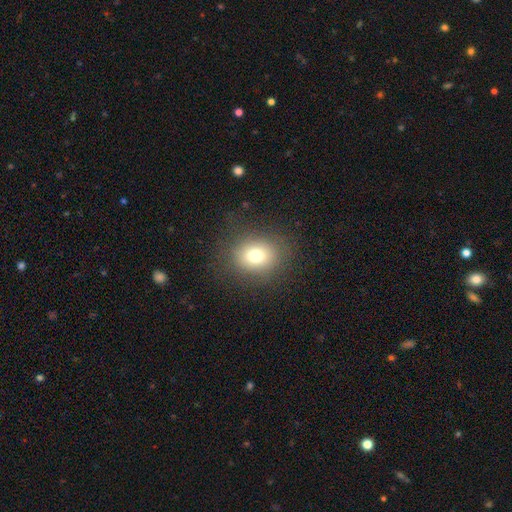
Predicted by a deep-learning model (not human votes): smooth_or_featured: smooth (p=0.74) [alt: star or artifact p=0.15]
how_rounded: round (p=0.66) [alt: in between p=0.33]
merging: none (p=0.84) [alt: minor disturbance p=0.10]